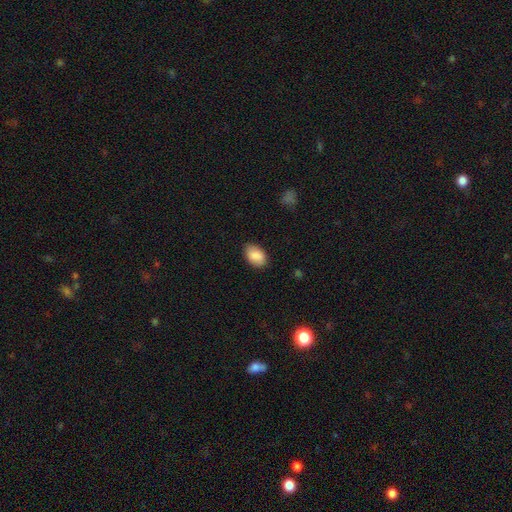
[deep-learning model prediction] Overall: smooth (89%). How rounded: in between (91%). Merging: none (84%).